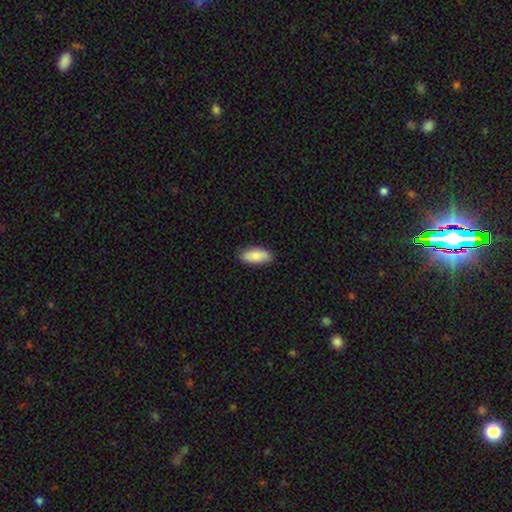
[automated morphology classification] Overall: smooth (86%). How rounded: in between (82%). Merging: none (86%).